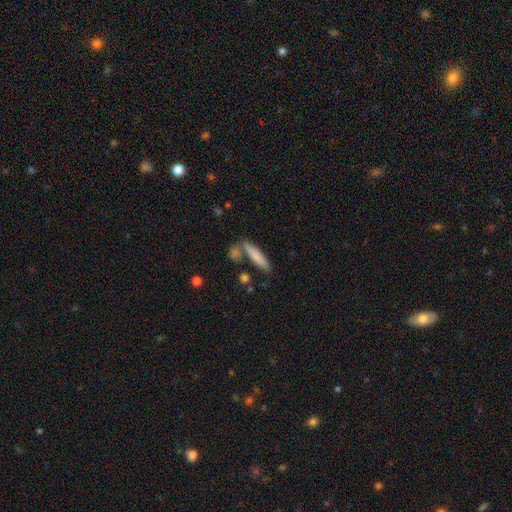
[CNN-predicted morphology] Smooth or featured: smooth — 78% (featured or disk — 16%)
How rounded: cigar-shaped — 82% (in between — 16%)
Merging: none — 72% (merger — 13%)